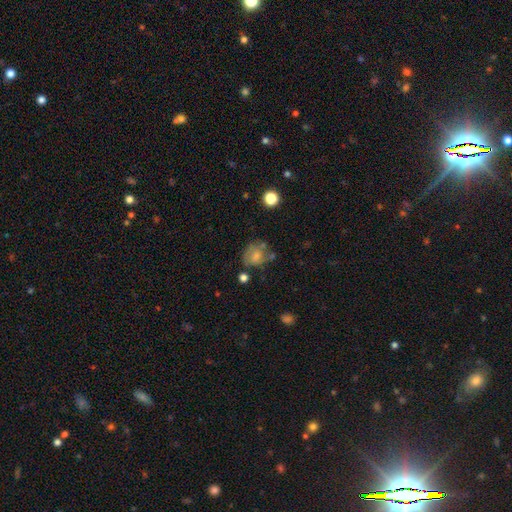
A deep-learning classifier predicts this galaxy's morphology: smooth_or_featured: smooth (p=0.55) [alt: featured or disk p=0.34]
how_rounded: round (p=0.59) [alt: in between p=0.40]
merging: none (p=0.43) [alt: minor disturbance p=0.26]